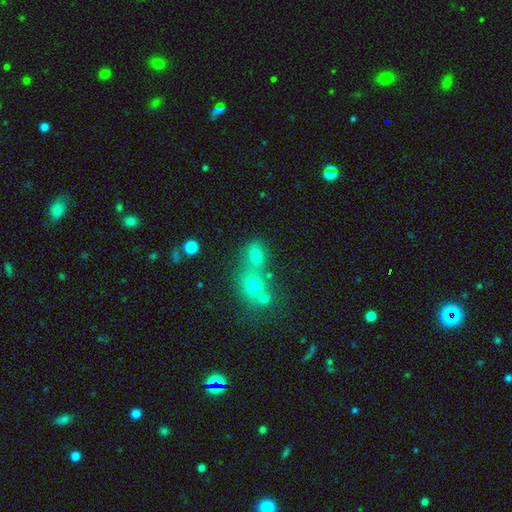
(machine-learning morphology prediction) This appears to be a smooth galaxy with no disk features (69%) that is in between round and cigar-shaped (51%). Merging: merger (51%).